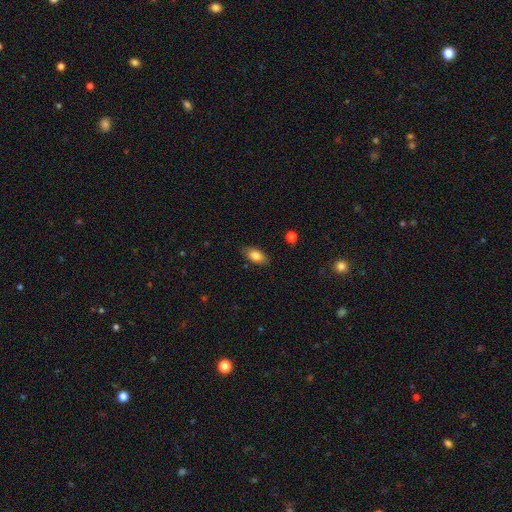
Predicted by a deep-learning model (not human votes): smooth-or-featured: smooth: 82% | featured or disk: 11% | star or artifact: 8%
  how-rounded: in between: 90% | cigar-shaped: 5% | round: 5%
  merging: none: 85% | minor disturbance: 12% | major disturbance: 2% | merger: 1%